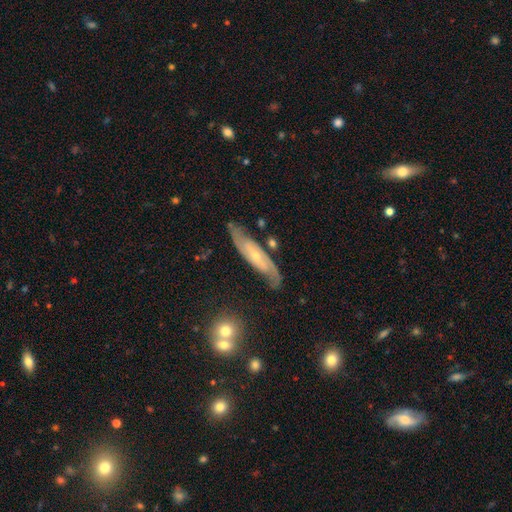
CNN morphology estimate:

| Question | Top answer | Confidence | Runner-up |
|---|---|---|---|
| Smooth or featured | featured or disk | 79% | smooth (15%) |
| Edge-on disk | no | 81% | yes (19%) |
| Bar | no | 58% | weak (30%) |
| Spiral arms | yes | 94% | no (6%) |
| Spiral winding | medium | 43% | tight (39%) |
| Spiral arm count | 2 | 82% | can't tell (11%) |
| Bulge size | small | 68% | moderate (27%) |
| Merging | none | 76% | minor disturbance (16%) |